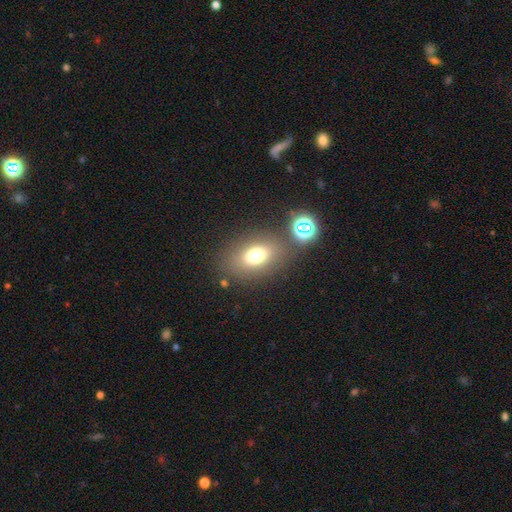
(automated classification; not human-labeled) A smooth galaxy with no disk features (73%) that is in between round and cigar-shaped (73%).

Vote fractions:
- Smooth or featured? smooth: 73% / star or artifact: 14% / featured or disk: 13%
- How rounded? in between: 73% / round: 25% / cigar-shaped: 2%
- Merging? none: 75% / minor disturbance: 11% / merger: 9% / major disturbance: 5%